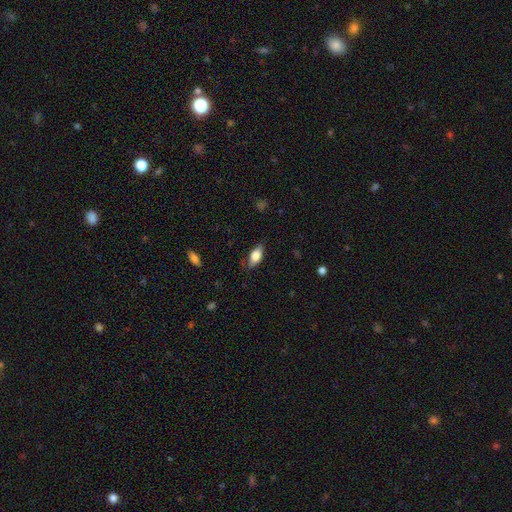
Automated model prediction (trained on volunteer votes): Q: Smooth or featured?
A: smooth (73%); runner-up: featured or disk (20%)
Q: How rounded?
A: in between (85%); runner-up: cigar-shaped (11%)
Q: Merging?
A: none (78%); runner-up: minor disturbance (17%)